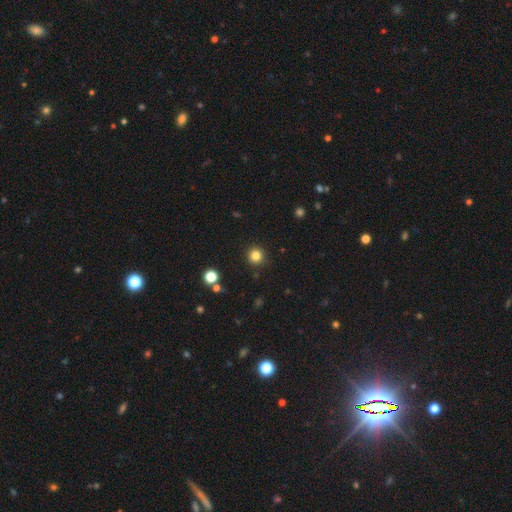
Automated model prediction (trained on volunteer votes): A smooth galaxy with no disk features (83%) that is round (93%). Merging: none (90%).